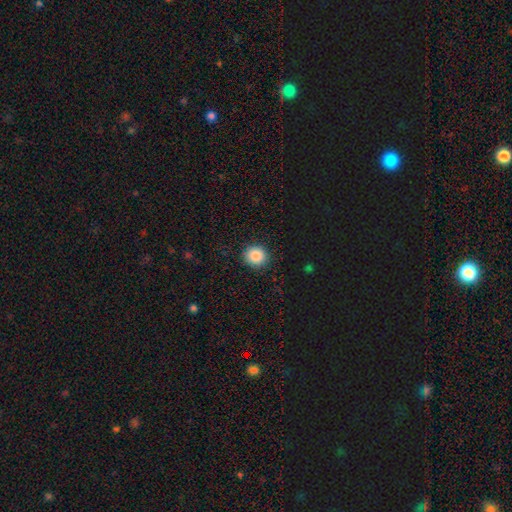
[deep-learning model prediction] Overall: smooth (86%). How rounded: round (92%). Merging: none (91%).